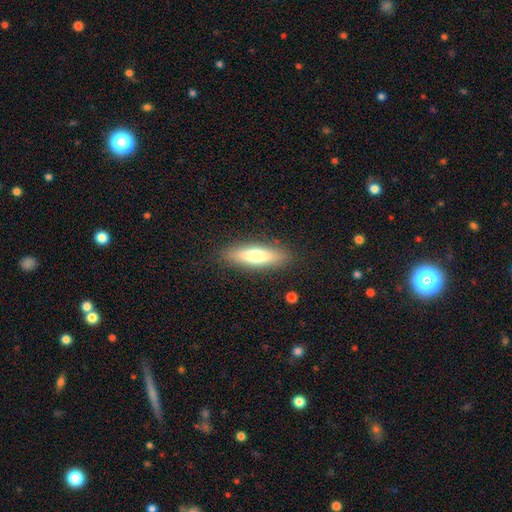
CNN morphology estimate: Smooth or featured?
  - smooth: 66% *
  - featured or disk: 27%
  - star or artifact: 7%
How rounded?
  - cigar-shaped: 64% *
  - in between: 34%
  - round: 2%
Merging?
  - none: 87% *
  - minor disturbance: 9%
  - major disturbance: 2%
  - merger: 1%